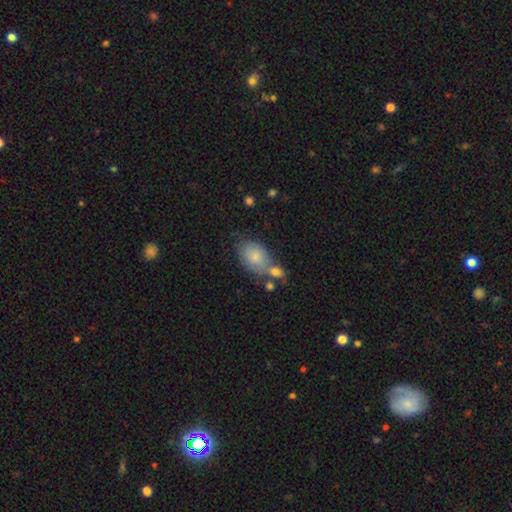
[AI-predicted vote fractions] smooth 76%, featured or disk 16%, star or artifact 8%. Down the decision tree: how rounded — in between (80%); merging — none (46%).